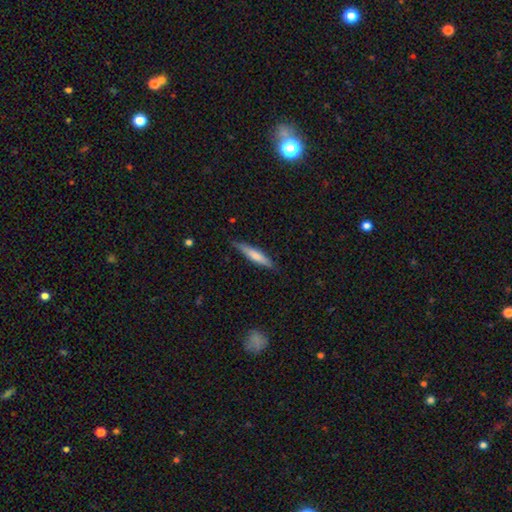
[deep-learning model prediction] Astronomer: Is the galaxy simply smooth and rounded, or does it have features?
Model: smooth — 66%.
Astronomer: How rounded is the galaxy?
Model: cigar-shaped — 87%.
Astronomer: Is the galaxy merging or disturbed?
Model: none — 82%.